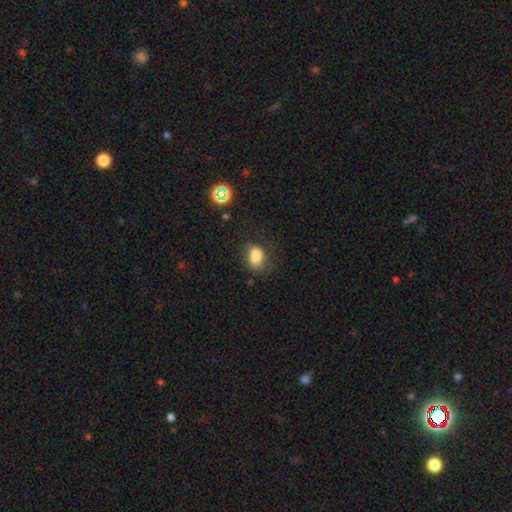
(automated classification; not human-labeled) A smooth galaxy with no disk features (78%) that is in between round and cigar-shaped (75%). Merging: none (58%).